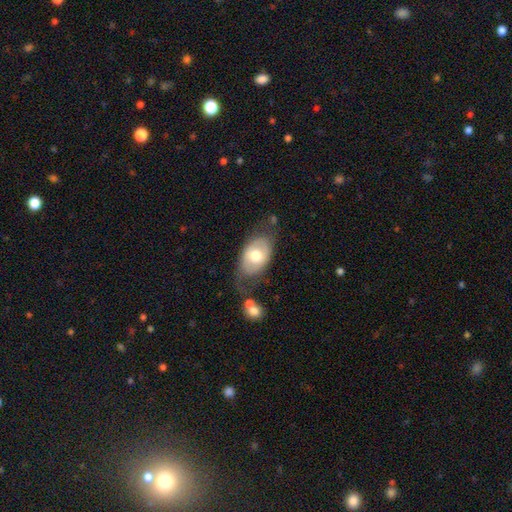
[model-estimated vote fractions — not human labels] Smooth or featured?
  - smooth: 61% *
  - featured or disk: 33%
  - star or artifact: 6%
How rounded?
  - in between: 88% *
  - round: 10%
  - cigar-shaped: 1%
Merging?
  - none: 56% *
  - minor disturbance: 24%
  - major disturbance: 12%
  - merger: 8%